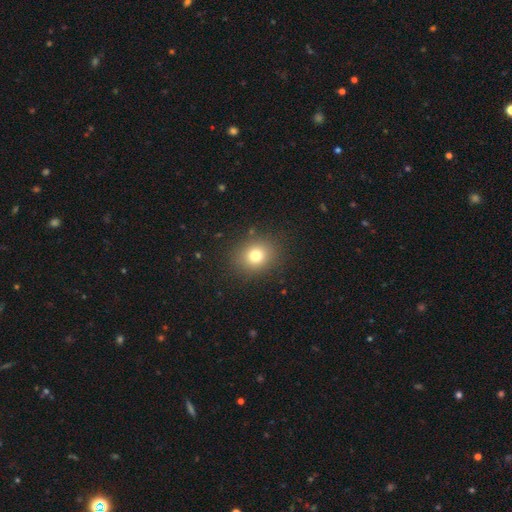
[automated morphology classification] This appears to be a smooth galaxy with no disk features (76%) that is round (77%). Merging: none (88%).